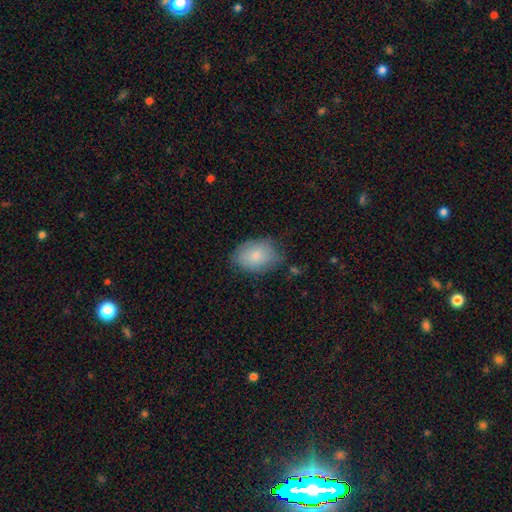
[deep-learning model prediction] Smooth or featured?
  - smooth: 81% *
  - featured or disk: 12%
  - star or artifact: 7%
How rounded?
  - in between: 80% *
  - round: 19%
  - cigar-shaped: 1%
Merging?
  - none: 70% *
  - minor disturbance: 23%
  - major disturbance: 5%
  - merger: 2%